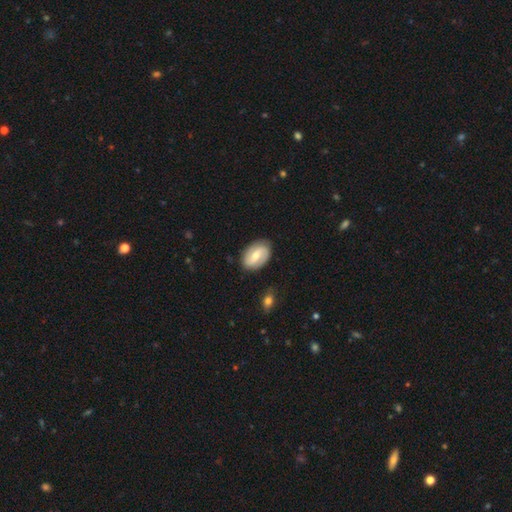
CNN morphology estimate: smooth-or-featured: featured or disk: 56% | smooth: 39% | star or artifact: 6%
  disk-edge-on: no: 95% | yes: 5%
    bar: weak: 47% | no: 31% | strong: 22%
    has-spiral-arms: yes: 79% | no: 21%
    bulge-size: moderate: 61% | small: 34% | large: 3% | none: 1% | dominant: 1%
  merging: none: 84% | minor disturbance: 12% | major disturbance: 3% | merger: 1%